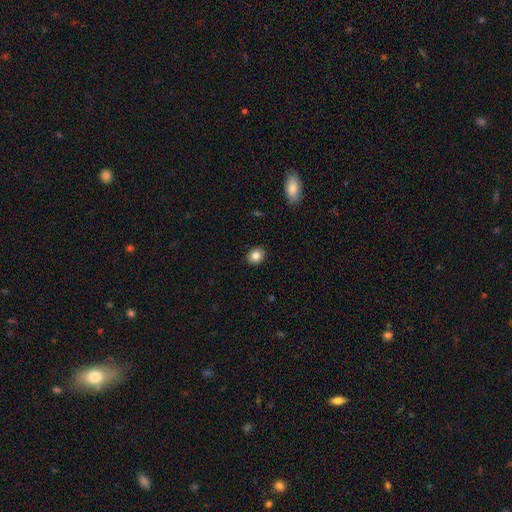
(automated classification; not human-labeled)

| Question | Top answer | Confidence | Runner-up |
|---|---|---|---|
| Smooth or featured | smooth | 84% | star or artifact (10%) |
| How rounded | round | 66% | in between (33%) |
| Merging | none | 91% | minor disturbance (7%) |